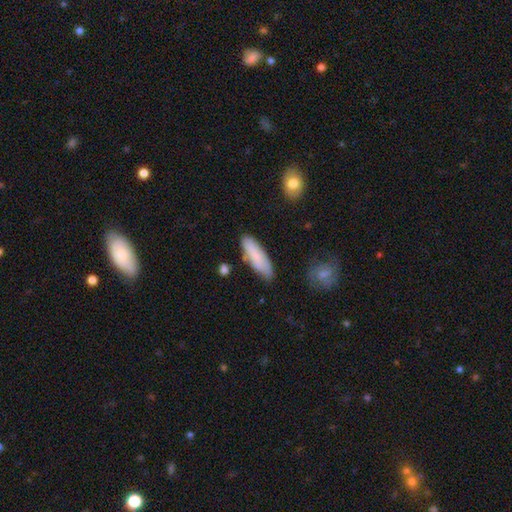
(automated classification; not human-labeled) This appears to be a smooth galaxy with no disk features (80%) that is cigar-shaped (53%). Merging: none (80%).